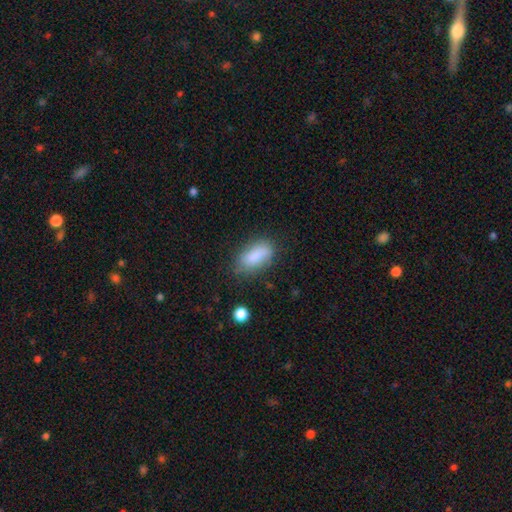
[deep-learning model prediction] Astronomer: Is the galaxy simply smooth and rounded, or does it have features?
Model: smooth — 84%.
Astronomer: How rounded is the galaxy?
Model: in between — 83%.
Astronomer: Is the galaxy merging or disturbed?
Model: none — 71%.